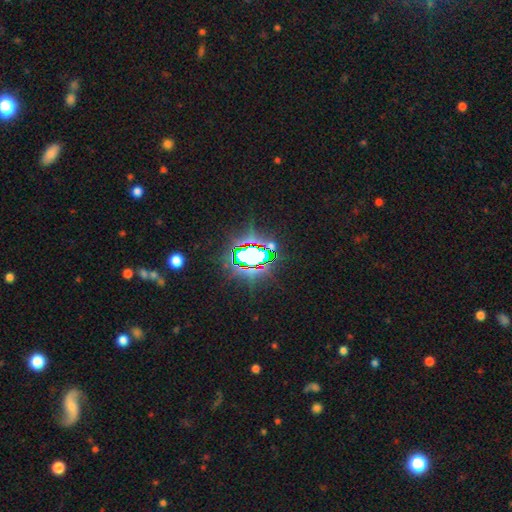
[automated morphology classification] star or artifact 81%, smooth 11%, featured or disk 8%.